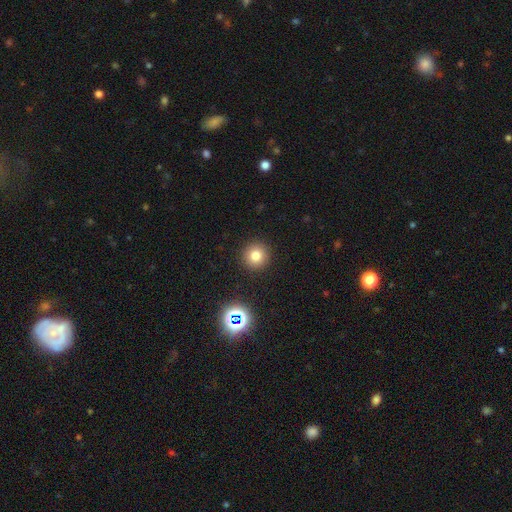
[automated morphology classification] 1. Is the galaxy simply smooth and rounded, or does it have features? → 77% smooth, 15% star or artifact, 8% featured or disk.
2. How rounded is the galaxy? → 95% round, 4% in between, 1% cigar-shaped.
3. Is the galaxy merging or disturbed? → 91% none, 5% minor disturbance, 2% major disturbance, 2% merger.